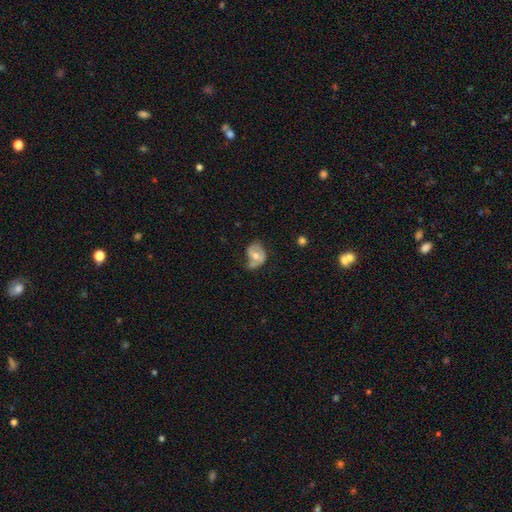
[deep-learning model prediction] smooth_or_featured: featured or disk (p=0.52) [alt: smooth p=0.40]
disk_edge_on: no (p=0.96) [alt: yes p=0.04]
bar: no (p=0.56) [alt: weak p=0.31]
has_spiral_arms: no (p=0.52) [alt: yes p=0.48]
bulge_size: moderate (p=0.69) [alt: small p=0.23]
merging: none (p=0.35) [alt: minor disturbance p=0.32]